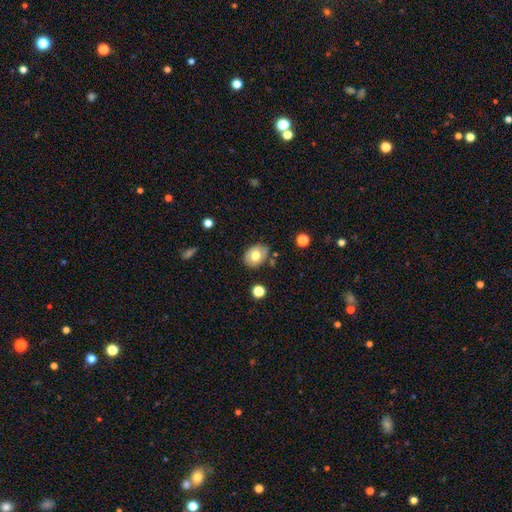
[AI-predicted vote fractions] Smooth or featured? smooth (66%)
How rounded? in between (63%)
Merging? none (77%)